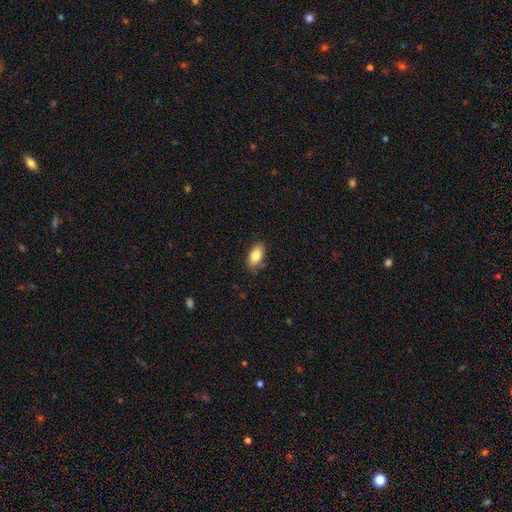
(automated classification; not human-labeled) Smooth or featured? smooth (82%)
How rounded? in between (92%)
Merging? none (74%)